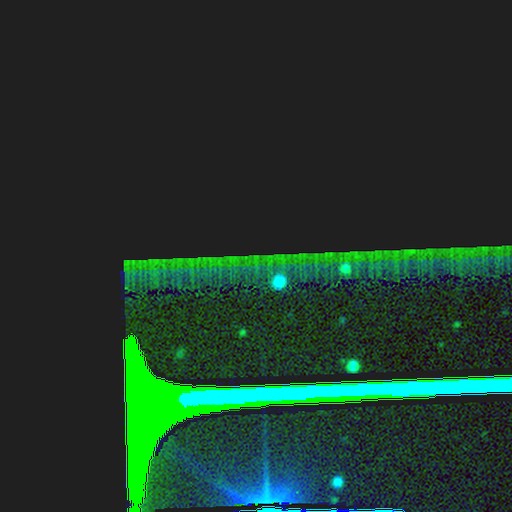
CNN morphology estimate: Q: Smooth or featured?
A: star or artifact (84%); runner-up: featured or disk (9%)